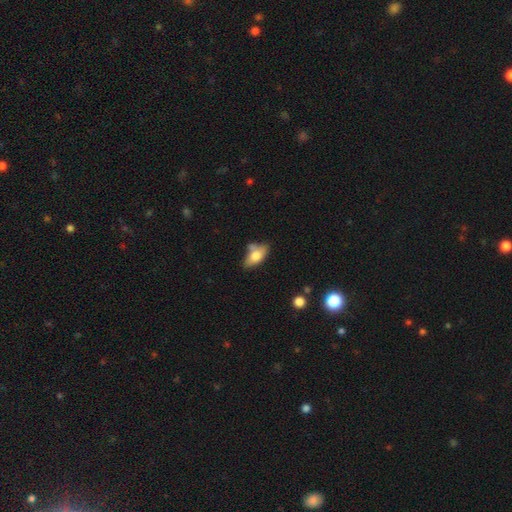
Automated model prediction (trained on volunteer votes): smooth-or-featured: smooth: 70% | featured or disk: 23% | star or artifact: 8%
  how-rounded: in between: 87% | cigar-shaped: 8% | round: 5%
  merging: none: 50% | minor disturbance: 23% | merger: 18% | major disturbance: 8%